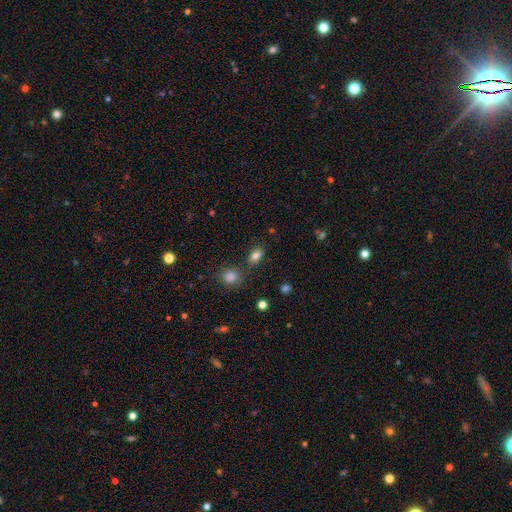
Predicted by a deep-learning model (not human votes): The model was most divided on "merging": none: 76%, minor disturbance: 12%, merger: 8%, major disturbance: 4%. More confident: smooth or featured — smooth (82%); how rounded — in between (82%).